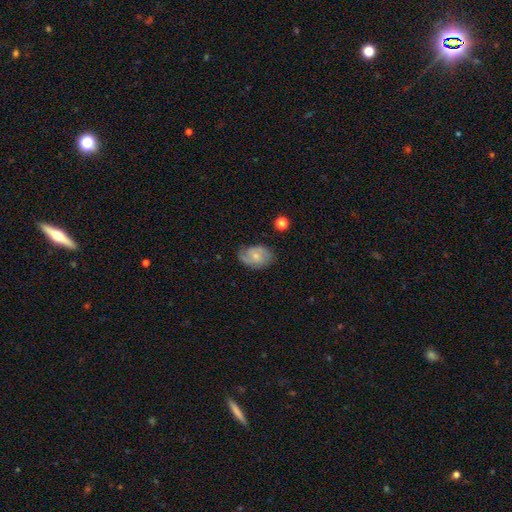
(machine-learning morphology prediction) This appears to be a featured or disk galaxy (62%) with no bar (64%), 2 (69%) medium (43%) spiral arms (88%) and a small central bulge (61%). Merging: none (73%).